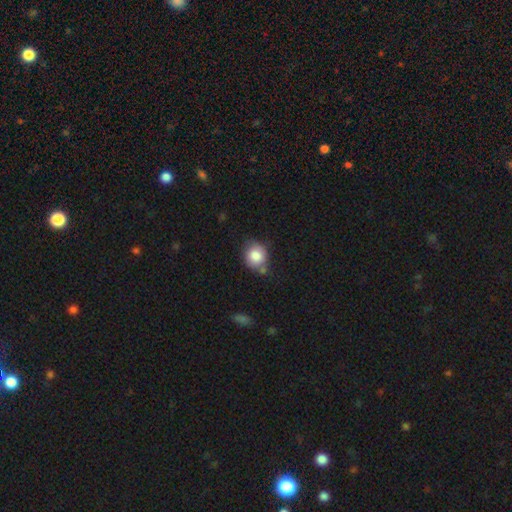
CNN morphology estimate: A smooth galaxy with no disk features (82%) that is round (76%). Merging: none (66%).